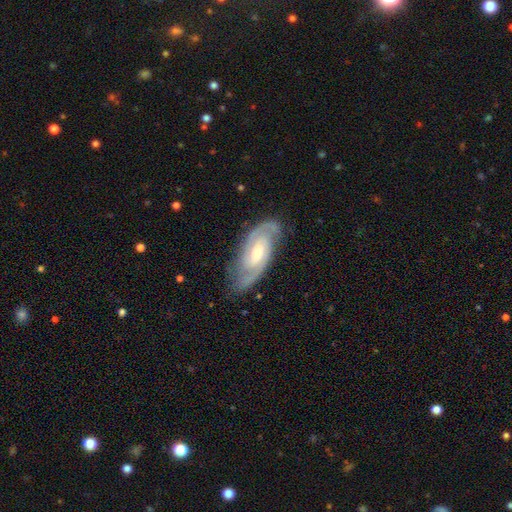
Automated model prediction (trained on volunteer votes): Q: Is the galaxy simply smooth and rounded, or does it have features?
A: featured or disk — 88%.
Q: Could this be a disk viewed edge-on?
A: no — 95%.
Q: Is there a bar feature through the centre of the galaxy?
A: no — 45%.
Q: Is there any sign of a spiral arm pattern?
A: yes — 98%.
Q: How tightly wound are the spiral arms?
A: tight — 56%.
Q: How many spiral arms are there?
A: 2 — 81%.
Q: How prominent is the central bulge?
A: moderate — 53%.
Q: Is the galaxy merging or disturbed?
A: none — 82%.